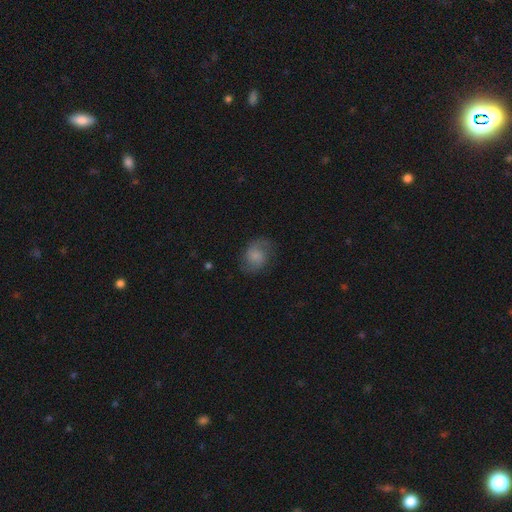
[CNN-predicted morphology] Smooth or featured?
  - smooth: 46% *
  - featured or disk: 45%
  - star or artifact: 10%
Merging?
  - none: 69% *
  - minor disturbance: 19%
  - major disturbance: 10%
  - merger: 1%